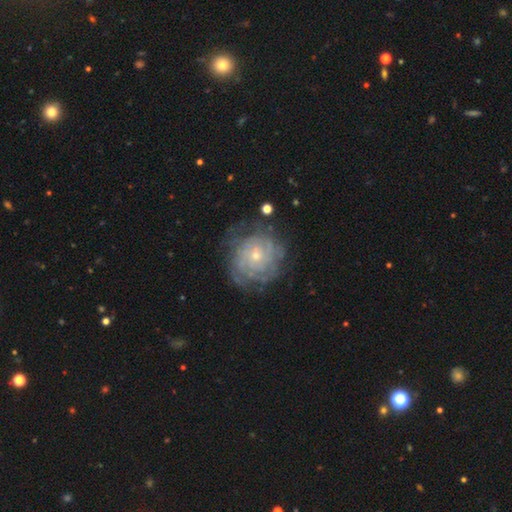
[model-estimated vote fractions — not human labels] This is likely a featured or disk galaxy (75%). It is clearly not viewed edge-on (97%). Bar: clearly no (83%). Spiral arm pattern: clearly yes (84%). Spiral arm count: possibly can't tell (56%). Spiral winding: likely tight (75%). Central bulge: likely small (75%). Merging: likely none (69%).